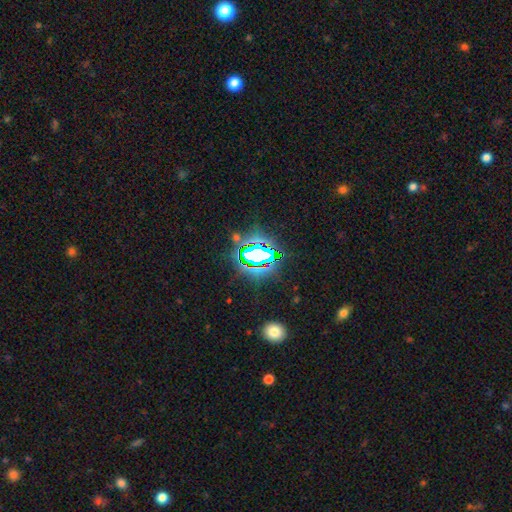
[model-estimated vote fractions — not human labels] Morphology: type=star or artifact (74%).